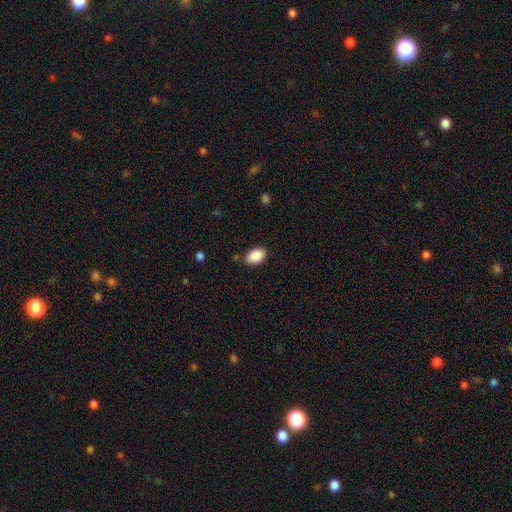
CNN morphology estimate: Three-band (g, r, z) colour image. It shows a smooth galaxy with no disk features (90%) that is in between round and cigar-shaped (91%). Merging: none (83%).